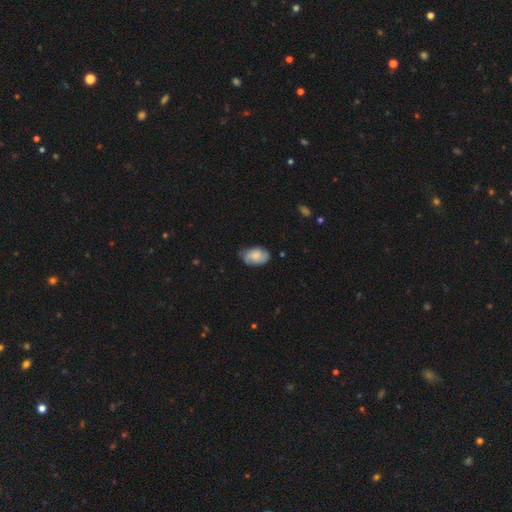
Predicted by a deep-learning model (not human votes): Smooth or featured: smooth — 48% (featured or disk — 44%)
Merging: none — 70% (minor disturbance — 23%)